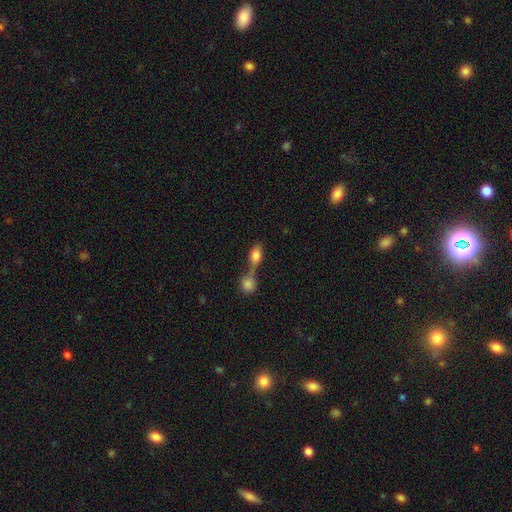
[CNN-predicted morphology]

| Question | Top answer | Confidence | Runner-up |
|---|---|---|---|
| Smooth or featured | smooth | 83% | featured or disk (9%) |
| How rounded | in between | 78% | round (18%) |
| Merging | merger | 60% | none (28%) |